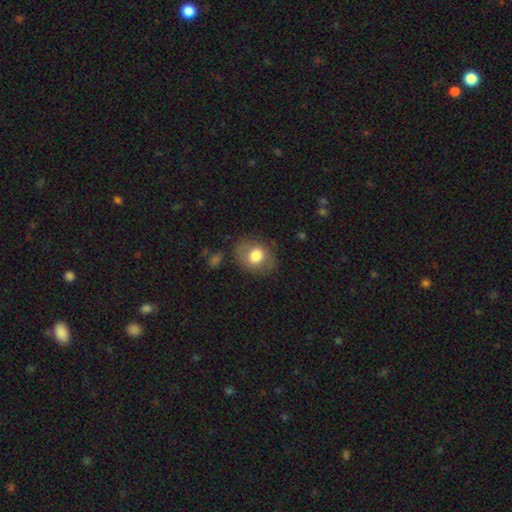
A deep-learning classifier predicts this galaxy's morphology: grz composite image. It shows a smooth galaxy with no disk features (71%) that is round (54%). Merging: none (74%).